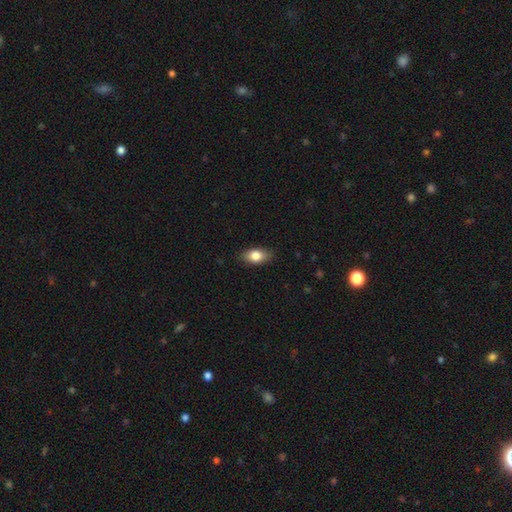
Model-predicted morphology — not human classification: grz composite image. It shows a smooth galaxy with no disk features (82%) that is in between round and cigar-shaped (87%). Merging: none (86%).